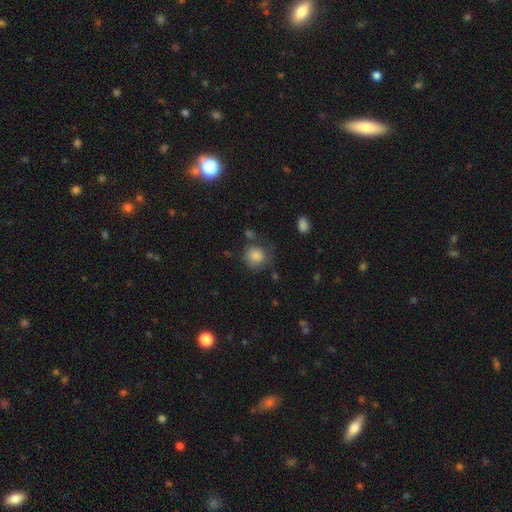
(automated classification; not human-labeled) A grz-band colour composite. It shows a smooth galaxy with no disk features (83%) that is round (85%). Merging: none (59%).